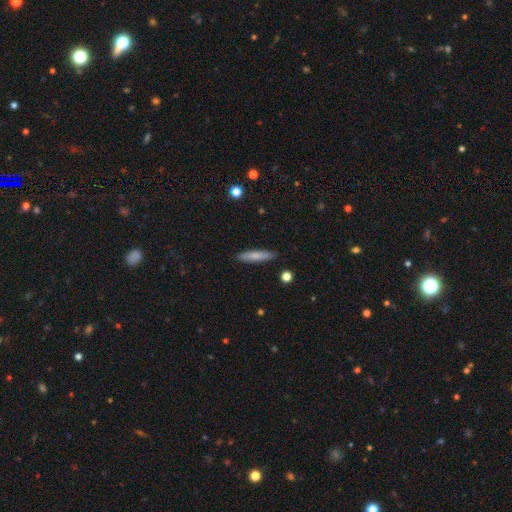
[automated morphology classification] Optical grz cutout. It shows a smooth galaxy with no disk features (78%) that is cigar-shaped (82%). Merging: none (89%).